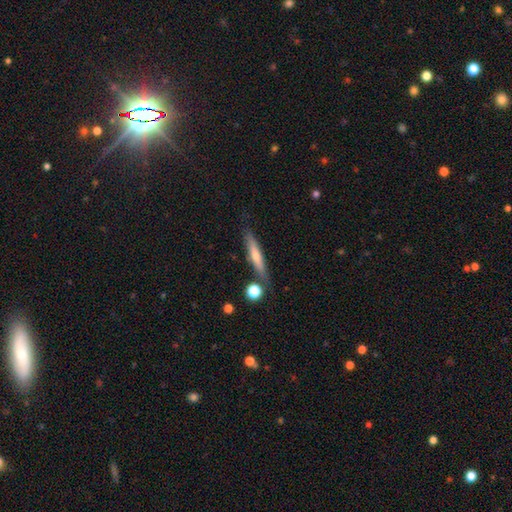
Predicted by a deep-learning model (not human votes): featured or disk 53%, smooth 38%, star or artifact 9%. Down the decision tree: edge-on disk — yes (93%); merging — none (84%).